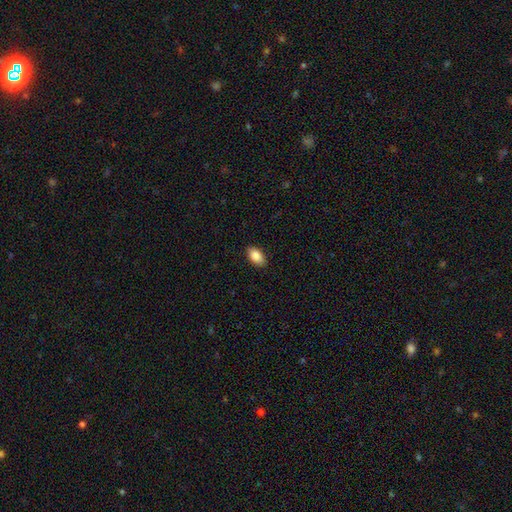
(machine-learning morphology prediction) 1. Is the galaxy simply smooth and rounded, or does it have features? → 86% smooth, 7% star or artifact, 7% featured or disk.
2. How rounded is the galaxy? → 92% in between, 6% round, 2% cigar-shaped.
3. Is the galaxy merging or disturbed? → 88% none, 9% minor disturbance, 2% major disturbance, 1% merger.